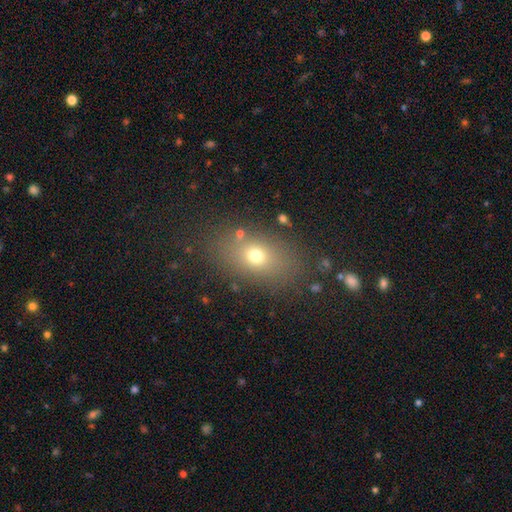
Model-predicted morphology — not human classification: This appears to be a smooth galaxy with no disk features (68%) that is in between round and cigar-shaped (71%). Merging: none (80%).